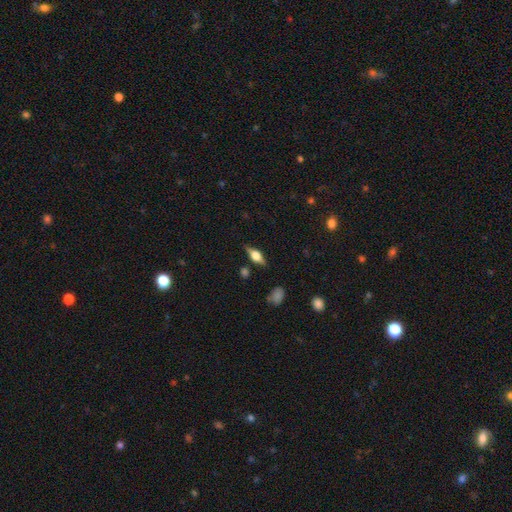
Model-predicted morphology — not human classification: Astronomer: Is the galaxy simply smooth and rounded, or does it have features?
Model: featured or disk — 63%.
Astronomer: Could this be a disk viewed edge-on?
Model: yes — 95%.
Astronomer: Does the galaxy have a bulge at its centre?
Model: rounded — 91%.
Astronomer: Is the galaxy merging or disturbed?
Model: none — 84%.